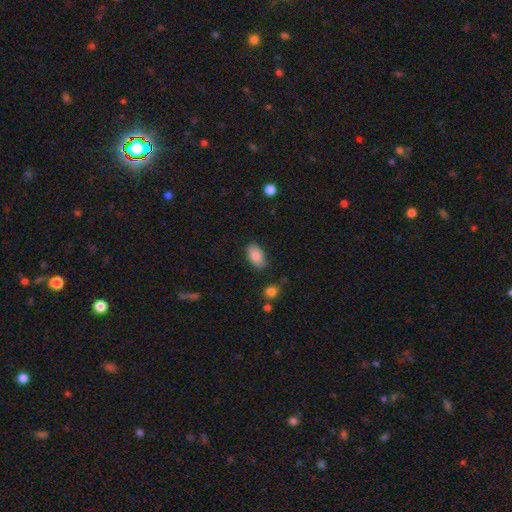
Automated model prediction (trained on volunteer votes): smooth 87%, star or artifact 7%, featured or disk 6%. Down the decision tree: how rounded — in between (93%); merging — none (83%).